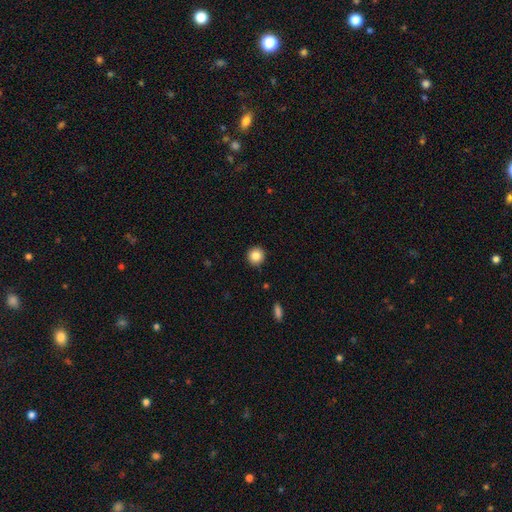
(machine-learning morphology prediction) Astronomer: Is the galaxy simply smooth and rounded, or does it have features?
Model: smooth — 85%.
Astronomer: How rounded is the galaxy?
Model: round — 94%.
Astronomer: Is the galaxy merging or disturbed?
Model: none — 92%.